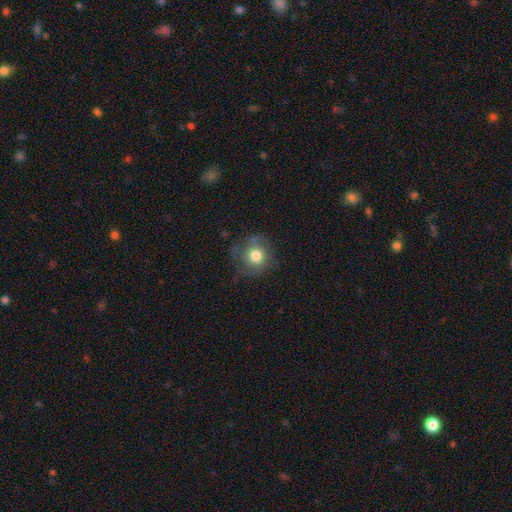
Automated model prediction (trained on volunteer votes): smooth-or-featured: smooth: 73% | featured or disk: 17% | star or artifact: 10%
  how-rounded: round: 91% | in between: 8% | cigar-shaped: 1%
  merging: none: 69% | minor disturbance: 20% | major disturbance: 9% | merger: 2%